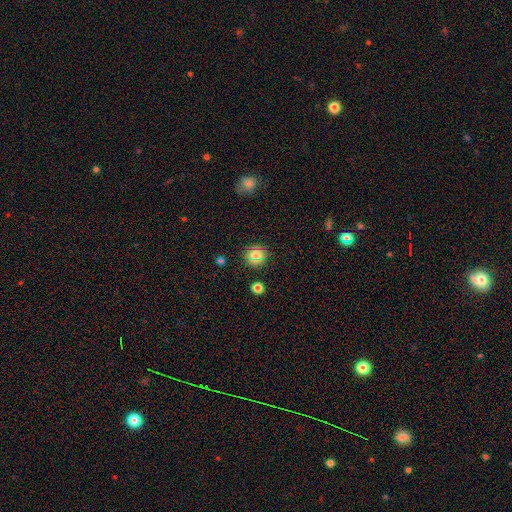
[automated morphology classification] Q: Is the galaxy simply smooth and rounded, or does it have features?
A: smooth — 74%.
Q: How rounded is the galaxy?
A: round — 88%.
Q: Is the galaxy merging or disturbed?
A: none — 87%.